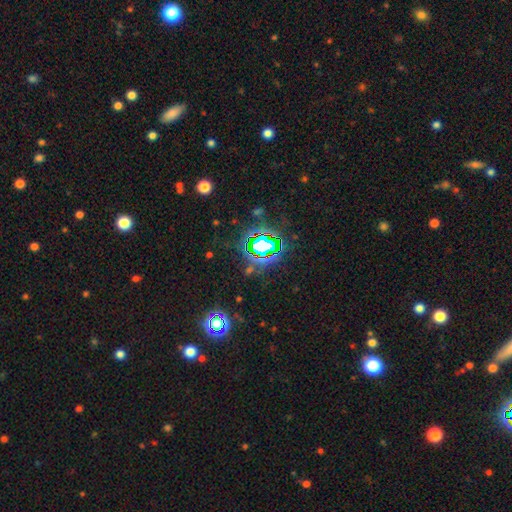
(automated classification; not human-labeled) smooth_or_featured: star or artifact (p=0.82) [alt: smooth p=0.11]